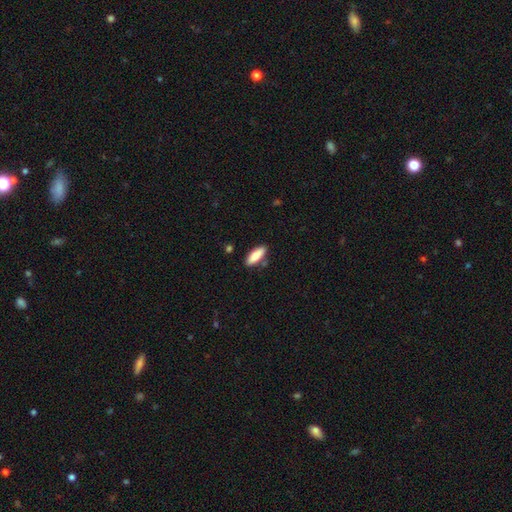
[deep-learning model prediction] Smooth or featured? Predicted: smooth (p=0.84). How rounded? Predicted: in between (p=0.67). Merging? Predicted: none (p=0.81).